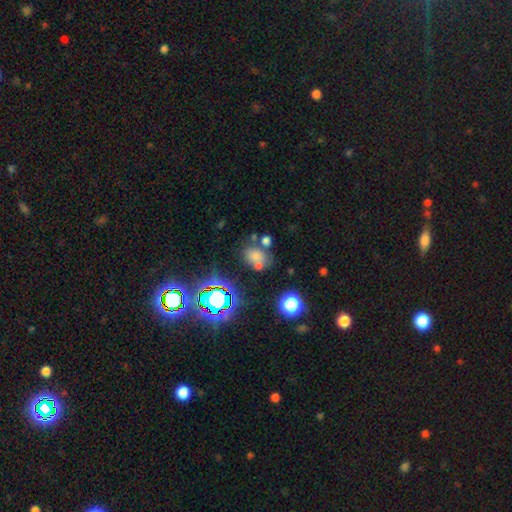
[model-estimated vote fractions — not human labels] Smooth or featured? smooth (64%)
How rounded? in between (61%)
Merging? none (51%)